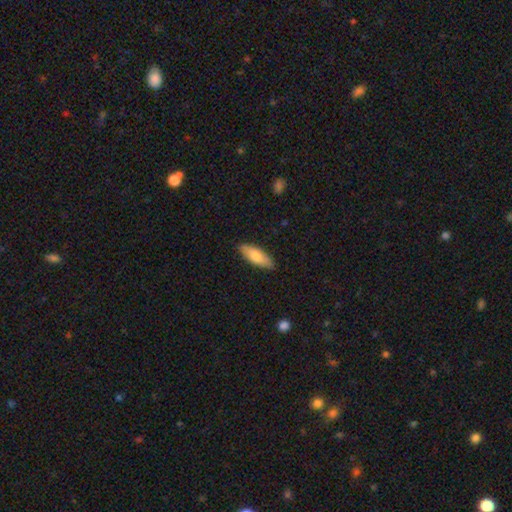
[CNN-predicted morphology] The model was most divided on "how rounded": in between: 60%, cigar-shaped: 38%, round: 2%. More confident: merging — none (87%); smooth or featured — smooth (73%).